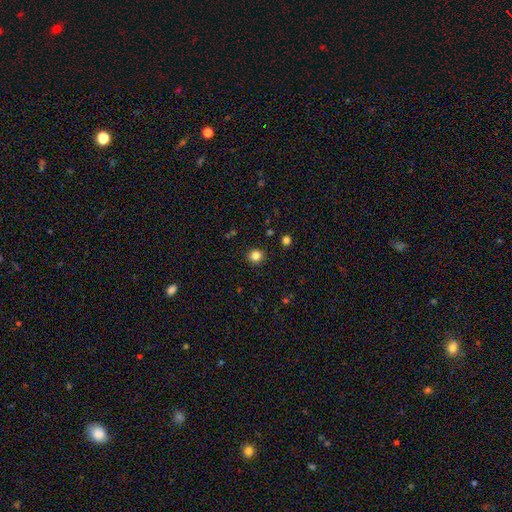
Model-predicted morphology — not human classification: Smooth or featured?
  - smooth: 83% *
  - star or artifact: 12%
  - featured or disk: 5%
How rounded?
  - round: 90% *
  - in between: 9%
  - cigar-shaped: 1%
Merging?
  - none: 91% *
  - minor disturbance: 6%
  - major disturbance: 2%
  - merger: 1%